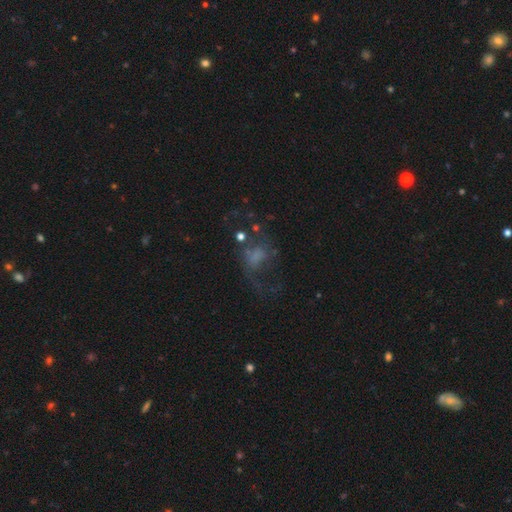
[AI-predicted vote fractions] Smooth or featured? featured or disk (49%)
Merging? major disturbance (41%)